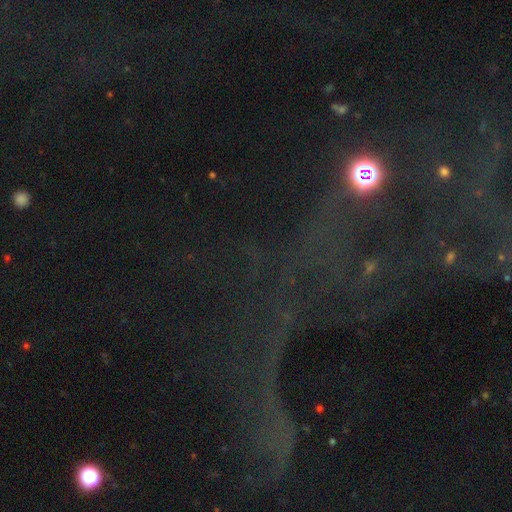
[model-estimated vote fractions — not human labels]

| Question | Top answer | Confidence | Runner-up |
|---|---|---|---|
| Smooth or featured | star or artifact | 73% | featured or disk (14%) |